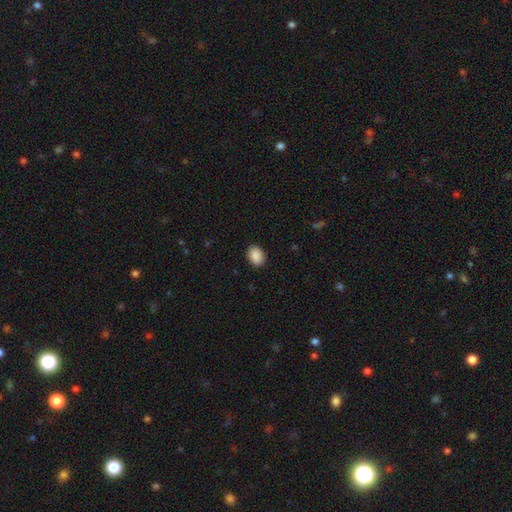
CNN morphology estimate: Smooth or featured? Predicted: smooth (p=0.90). How rounded? Predicted: in between (p=0.69). Merging? Predicted: none (p=0.90).